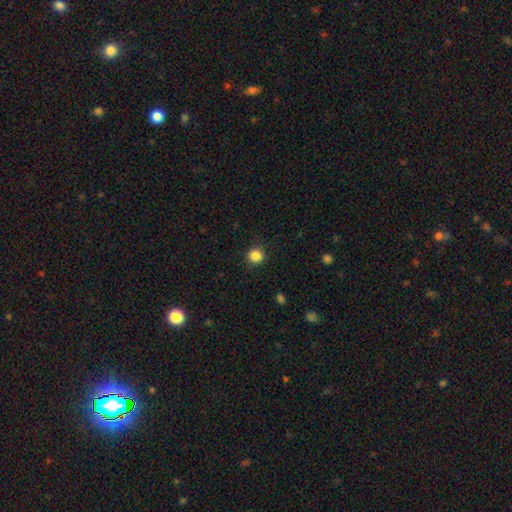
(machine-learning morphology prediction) Smooth or featured? Predicted: smooth (p=0.86). How rounded? Predicted: round (p=0.93). Merging? Predicted: none (p=0.91).